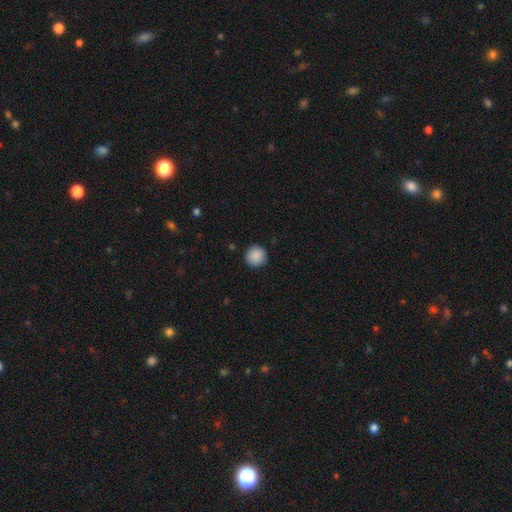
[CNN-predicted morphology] smooth_or_featured: smooth (p=0.89) [alt: star or artifact p=0.08]
how_rounded: round (p=0.95) [alt: in between p=0.04]
merging: none (p=0.91) [alt: minor disturbance p=0.06]